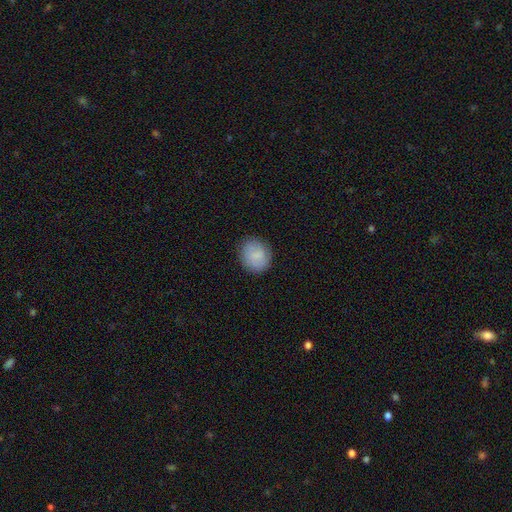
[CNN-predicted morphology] smooth 82%, featured or disk 10%, star or artifact 7%. Down the decision tree: how rounded — round (77%); merging — none (84%).